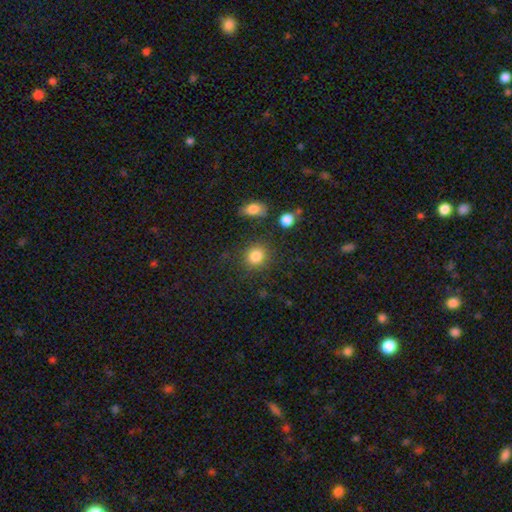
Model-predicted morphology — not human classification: smooth_or_featured: smooth (p=0.84) [alt: star or artifact p=0.10]
how_rounded: round (p=0.79) [alt: in between p=0.20]
merging: none (p=0.80) [alt: minor disturbance p=0.11]